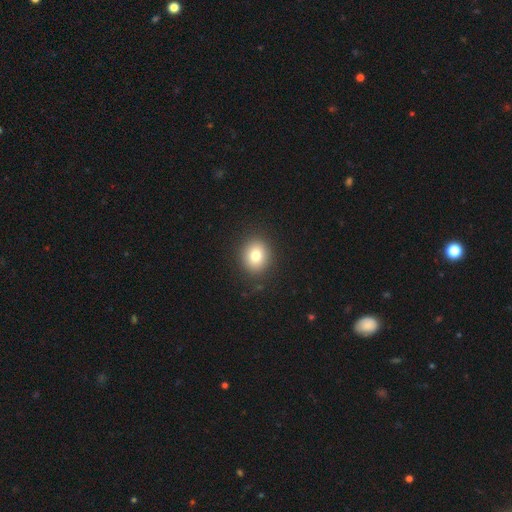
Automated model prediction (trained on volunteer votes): Smooth or featured?
  - smooth: 79% *
  - star or artifact: 11%
  - featured or disk: 10%
How rounded?
  - round: 72% *
  - in between: 27%
  - cigar-shaped: 1%
Merging?
  - none: 89% *
  - minor disturbance: 7%
  - major disturbance: 3%
  - merger: 1%